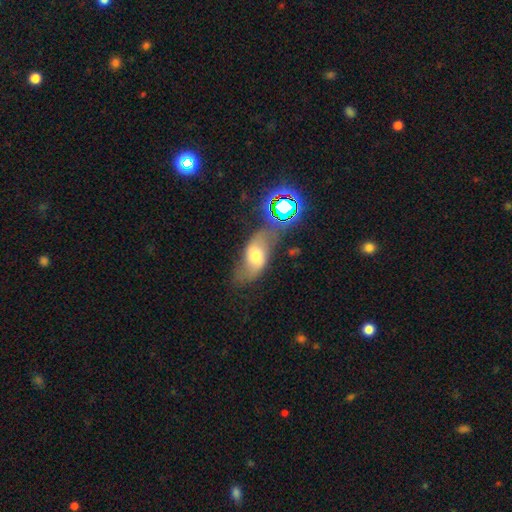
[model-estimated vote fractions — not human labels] Smooth or featured? smooth (46%)
Merging? none (51%)